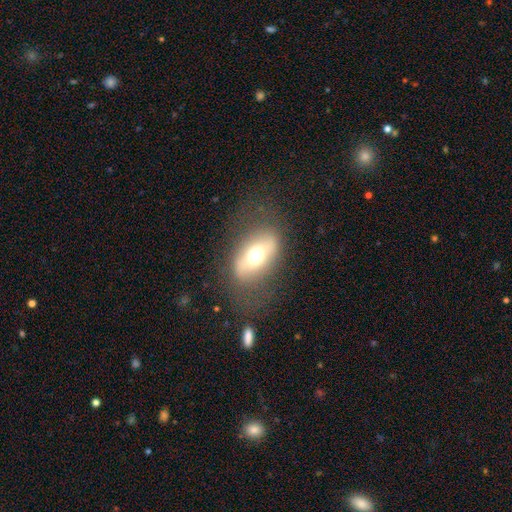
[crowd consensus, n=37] This appears to be a smooth galaxy with no disk features (59%) that is in between round and cigar-shaped (86%). Merging: none (67%).